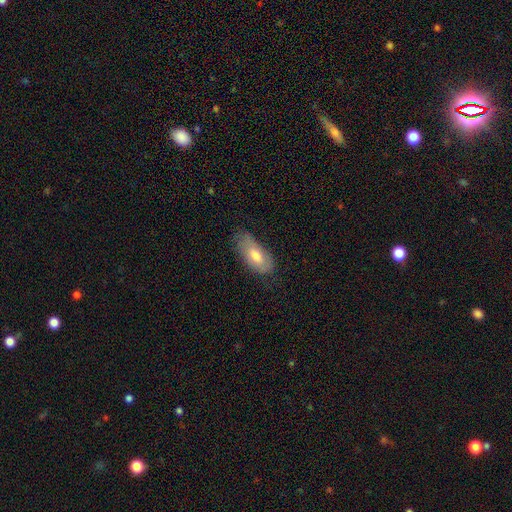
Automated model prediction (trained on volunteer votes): A smooth galaxy with no disk features (68%) that is in between round and cigar-shaped (87%). Merging: none (62%).